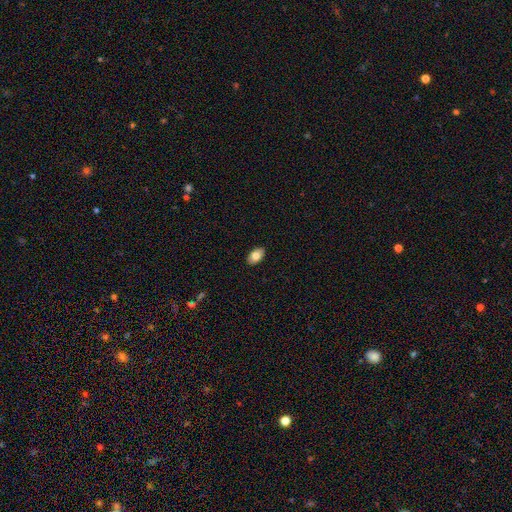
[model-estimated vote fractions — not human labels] Q: Smooth or featured?
A: smooth (80%); runner-up: featured or disk (13%)
Q: How rounded?
A: in between (92%); runner-up: round (7%)
Q: Merging?
A: none (89%); runner-up: minor disturbance (9%)